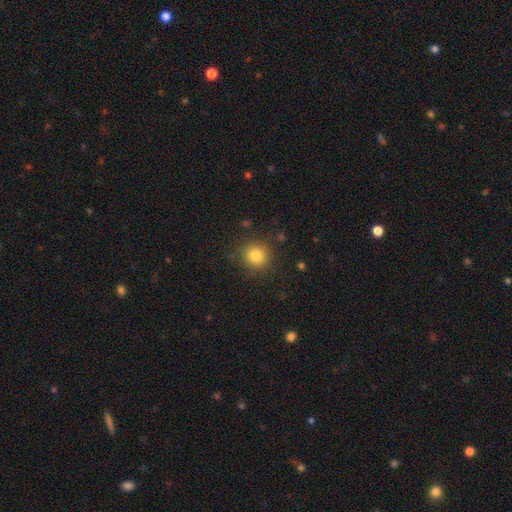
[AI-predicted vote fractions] A smooth galaxy with no disk features (82%) that is round (92%).

Vote fractions:
- Smooth or featured? smooth: 82% / star or artifact: 12% / featured or disk: 6%
- How rounded? round: 92% / in between: 7% / cigar-shaped: 1%
- Merging? none: 88% / minor disturbance: 8% / major disturbance: 3% / merger: 2%